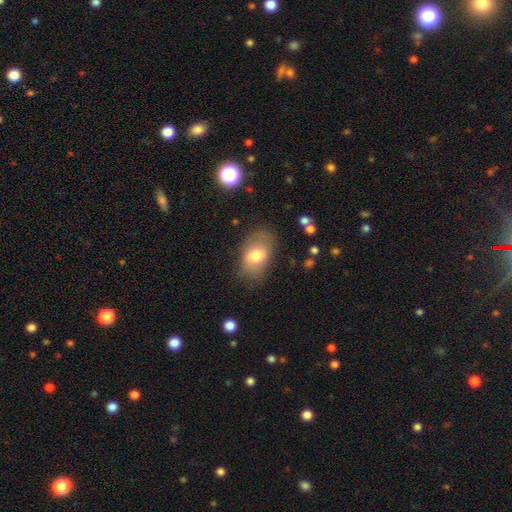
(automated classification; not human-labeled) A smooth galaxy with no disk features (73%) that is in between round and cigar-shaped (87%). Merging: none (70%).